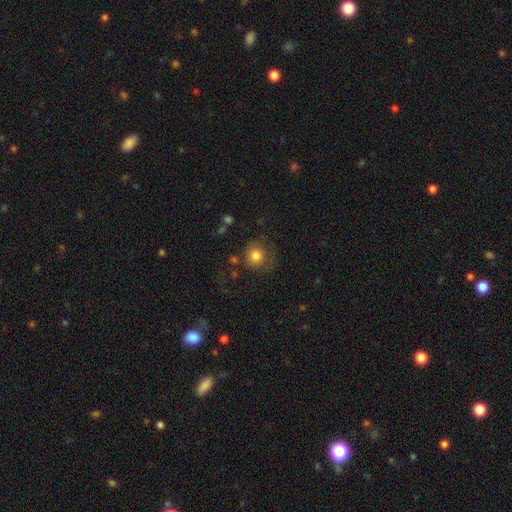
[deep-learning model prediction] Overall: smooth (81%). How rounded: round (89%). Merging: none (71%).